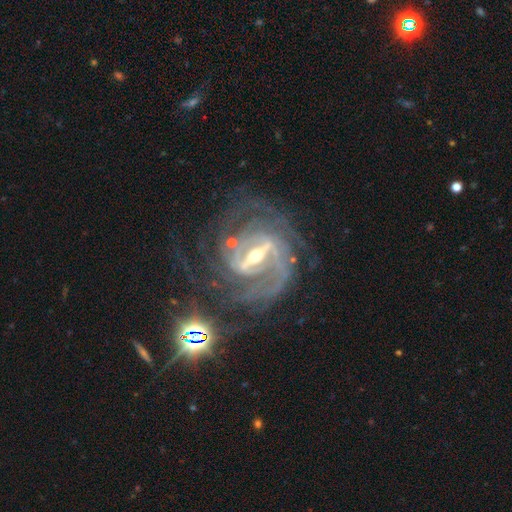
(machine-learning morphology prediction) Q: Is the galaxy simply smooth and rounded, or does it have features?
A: featured or disk — 89%.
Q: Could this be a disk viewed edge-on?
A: no — 96%.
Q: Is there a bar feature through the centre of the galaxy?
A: strong — 67%.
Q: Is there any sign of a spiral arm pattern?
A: yes — 96%.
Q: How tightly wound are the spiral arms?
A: tight — 48%.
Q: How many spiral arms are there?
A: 2 — 38%.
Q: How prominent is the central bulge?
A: small — 51%.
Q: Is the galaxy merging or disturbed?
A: none — 60%.